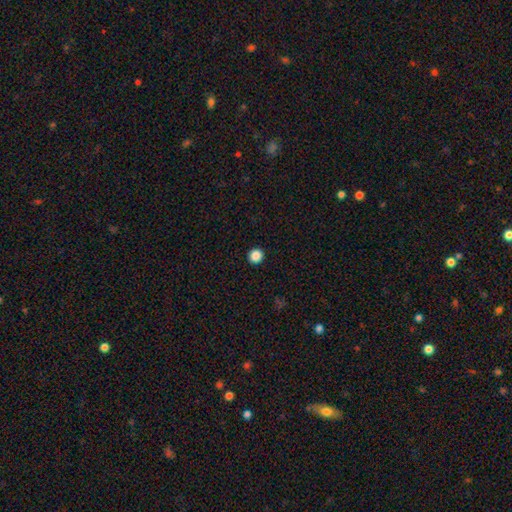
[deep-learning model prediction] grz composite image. It shows a smooth galaxy with no disk features (86%) that is round (95%). Merging: none (94%).